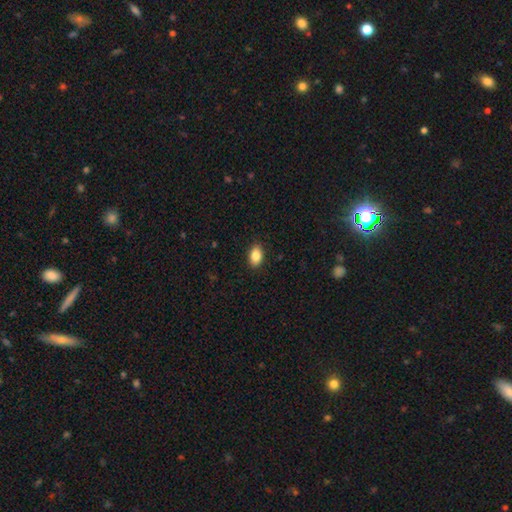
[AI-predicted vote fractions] This appears to be a smooth galaxy with no disk features (86%) that is in between round and cigar-shaped (90%). Merging: none (89%).